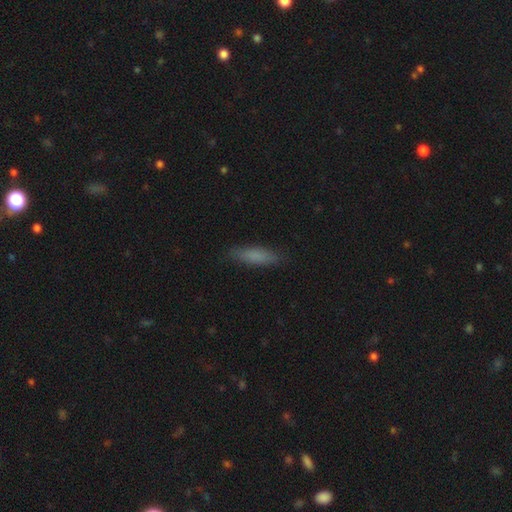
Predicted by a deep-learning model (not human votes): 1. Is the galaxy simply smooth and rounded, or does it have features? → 80% smooth, 13% featured or disk, 7% star or artifact.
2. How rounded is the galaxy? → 68% cigar-shaped, 30% in between, 2% round.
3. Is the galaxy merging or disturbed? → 85% none, 11% minor disturbance, 2% major disturbance, 1% merger.